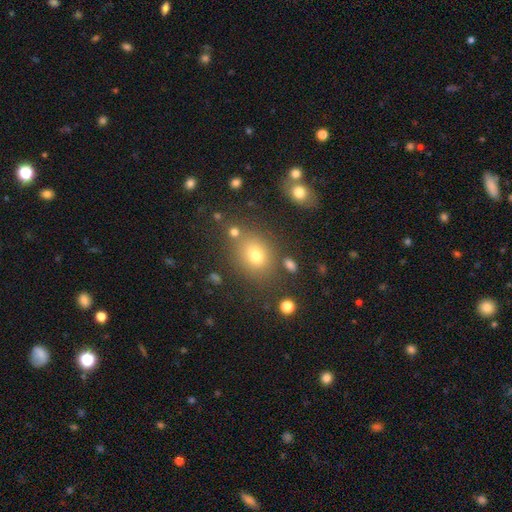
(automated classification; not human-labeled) A smooth galaxy with no disk features (72%) that is in between round and cigar-shaped (52%). Merging: none (74%).